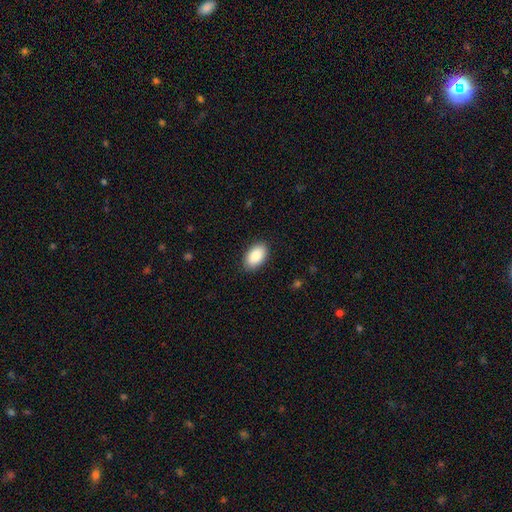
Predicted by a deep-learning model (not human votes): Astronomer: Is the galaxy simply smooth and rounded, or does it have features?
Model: smooth — 89%.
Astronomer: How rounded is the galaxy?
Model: in between — 94%.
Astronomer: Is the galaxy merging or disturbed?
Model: none — 88%.